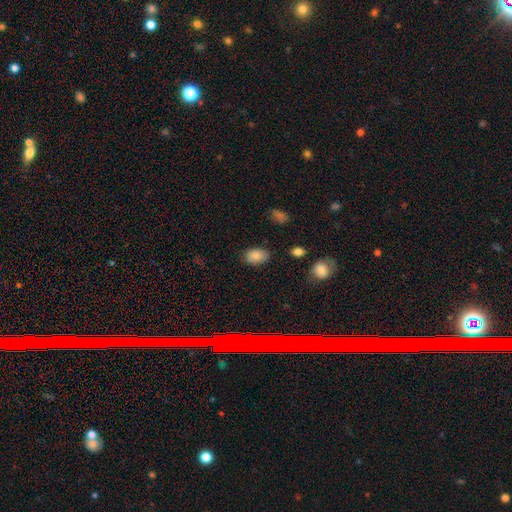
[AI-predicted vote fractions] The model was most divided on "merging": none: 79%, minor disturbance: 16%, major disturbance: 3%, merger: 2%. More confident: how rounded — in between (88%); smooth or featured — smooth (83%).